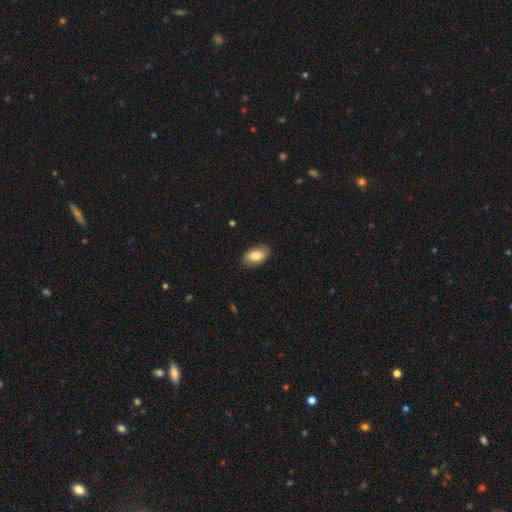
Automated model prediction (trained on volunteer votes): Smooth or featured?
  - smooth: 82% *
  - featured or disk: 12%
  - star or artifact: 7%
How rounded?
  - in between: 93% *
  - round: 4%
  - cigar-shaped: 2%
Merging?
  - none: 88% *
  - minor disturbance: 10%
  - major disturbance: 2%
  - merger: 1%